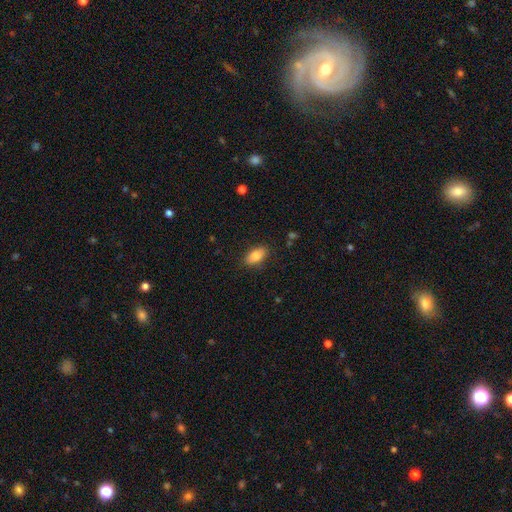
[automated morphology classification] type=smooth (85%); roundness=in between (90%); merging=none (85%).